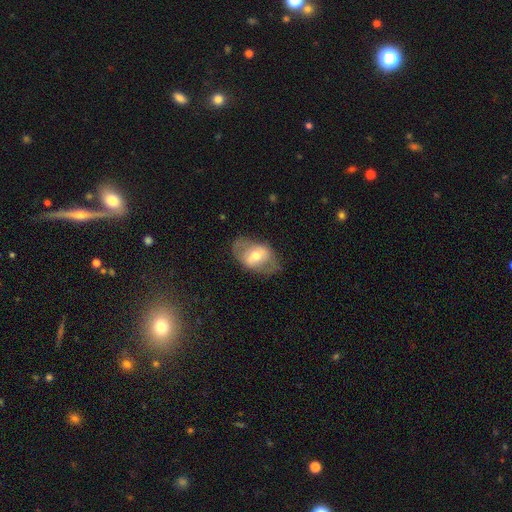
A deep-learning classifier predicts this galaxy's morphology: Smooth or featured? featured or disk (56%)
Edge-on disk? no (90%)
Bar? weak (39%)
Spiral arms? no (60%)
Bulge size? moderate (67%)
Merging? none (64%)